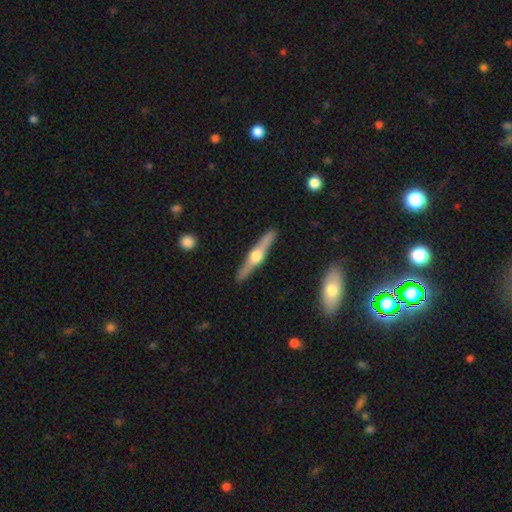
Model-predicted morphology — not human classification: A featured or disk galaxy (78%) viewed edge-on (98%) with a rounded central bulge (95%). Merging: none (91%).